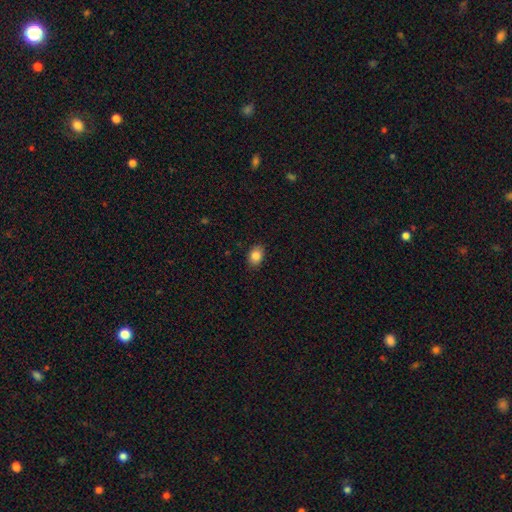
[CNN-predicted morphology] smooth-or-featured: smooth: 85% | star or artifact: 9% | featured or disk: 6%
  how-rounded: in between: 74% | round: 25% | cigar-shaped: 1%
  merging: none: 87% | minor disturbance: 10% | major disturbance: 2% | merger: 1%